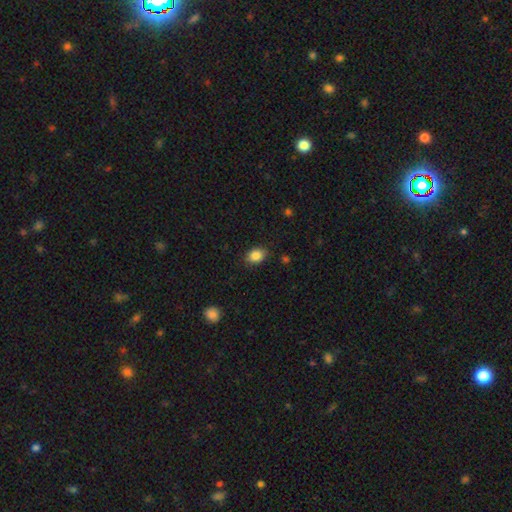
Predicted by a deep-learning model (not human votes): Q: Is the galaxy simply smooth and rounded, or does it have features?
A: smooth — 86%.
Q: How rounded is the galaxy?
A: in between — 69%.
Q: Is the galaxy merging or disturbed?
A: none — 85%.